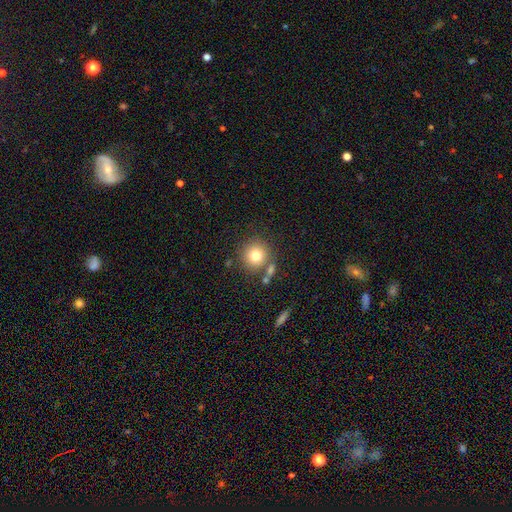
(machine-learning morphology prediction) Overall: smooth (78%). How rounded: round (92%). Merging: none (74%).